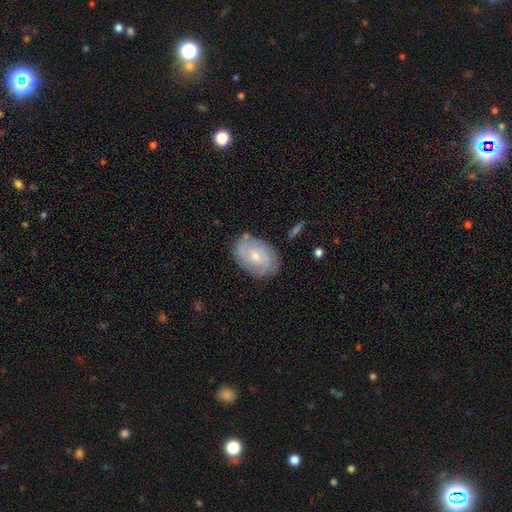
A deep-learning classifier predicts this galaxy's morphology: A featured or disk galaxy (69%) with no bar (69%), 2 (39%) tight (60%) spiral arms (86%) and a small central bulge (56%). Merging: none (77%).